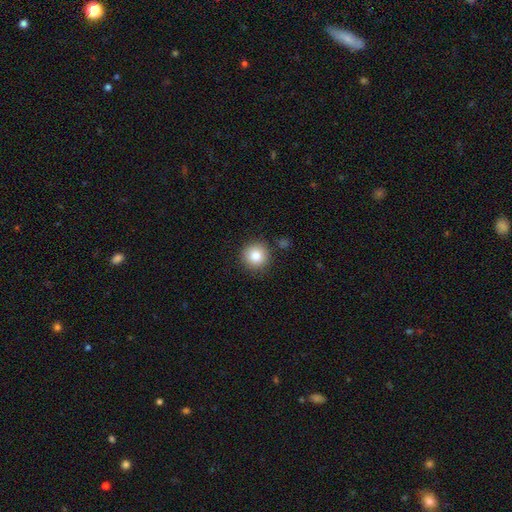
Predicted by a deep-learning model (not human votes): smooth 83%, star or artifact 10%, featured or disk 7%. Down the decision tree: how rounded — round (94%); merging — none (87%).